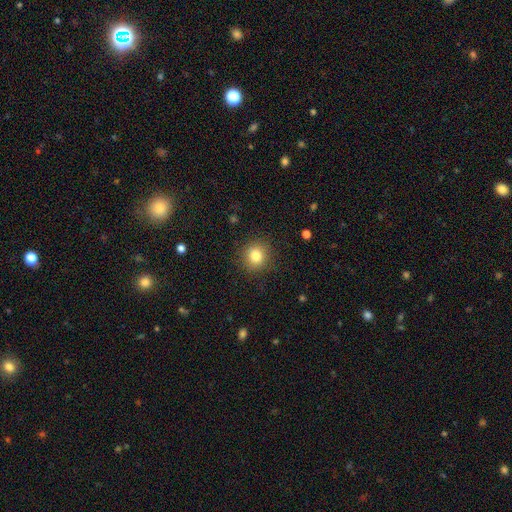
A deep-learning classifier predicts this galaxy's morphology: The model was most divided on "smooth or featured": smooth: 82%, star or artifact: 11%, featured or disk: 7%. More confident: merging — none (89%); how rounded — round (87%).